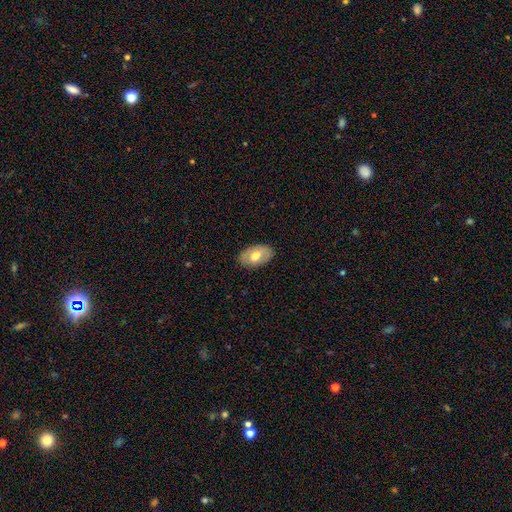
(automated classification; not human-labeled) Smooth or featured? Predicted: smooth (p=0.61). How rounded? Predicted: in between (p=0.92). Merging? Predicted: none (p=0.86).